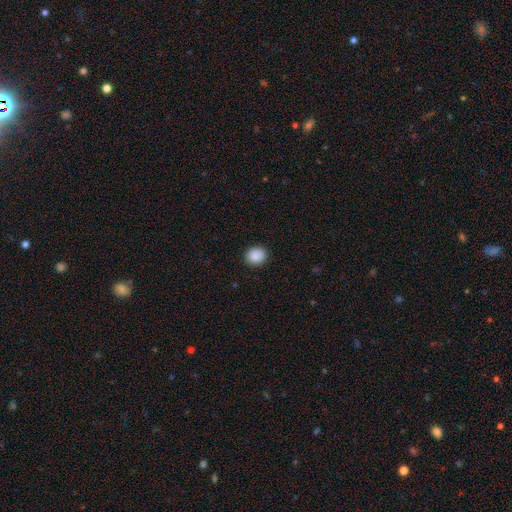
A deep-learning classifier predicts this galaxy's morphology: smooth 90%, star or artifact 8%, featured or disk 2%. Down the decision tree: how rounded — round (74%); merging — none (90%).